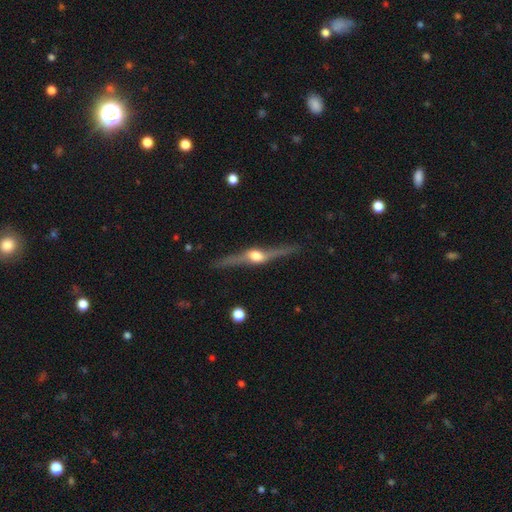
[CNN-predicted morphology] Smooth or featured: featured or disk — 86% (smooth — 9%)
Edge-on disk: yes — 98% (no — 2%)
Edge-on bulge: rounded — 95% (boxy — 3%)
Merging: none — 87% (minor disturbance — 9%)